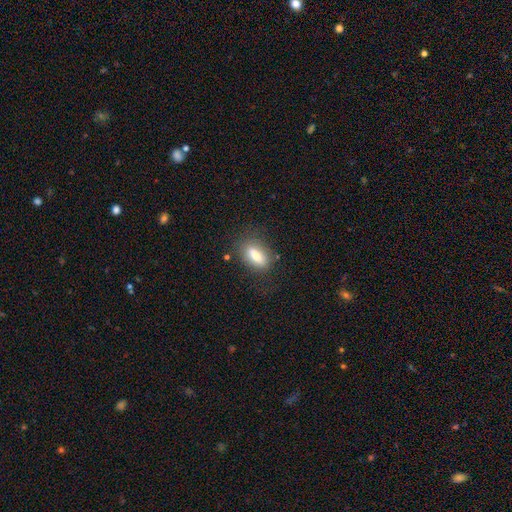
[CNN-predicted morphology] This appears to be a smooth galaxy with no disk features (71%) that is in between round and cigar-shaped (76%). Merging: none (73%).